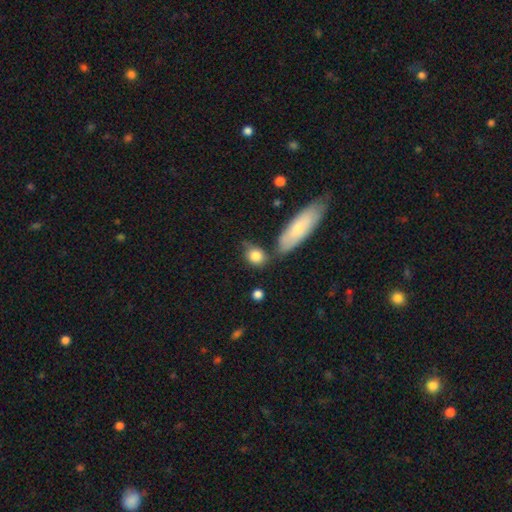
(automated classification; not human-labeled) Overall: smooth (83%). How rounded: round (54%; in between 41%). Merging: none (57%; minor disturbance 19%).